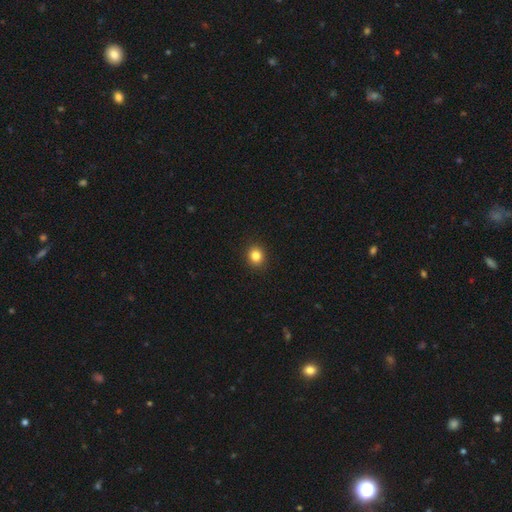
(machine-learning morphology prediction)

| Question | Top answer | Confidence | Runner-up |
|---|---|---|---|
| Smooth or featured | smooth | 84% | star or artifact (12%) |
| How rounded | round | 81% | in between (18%) |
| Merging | none | 92% | minor disturbance (5%) |